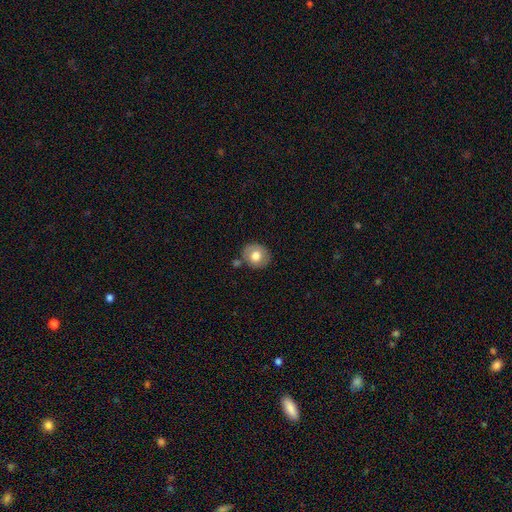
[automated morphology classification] Smooth or featured? Predicted: smooth (p=0.74). How rounded? Predicted: round (p=0.74). Merging? Predicted: none (p=0.73).